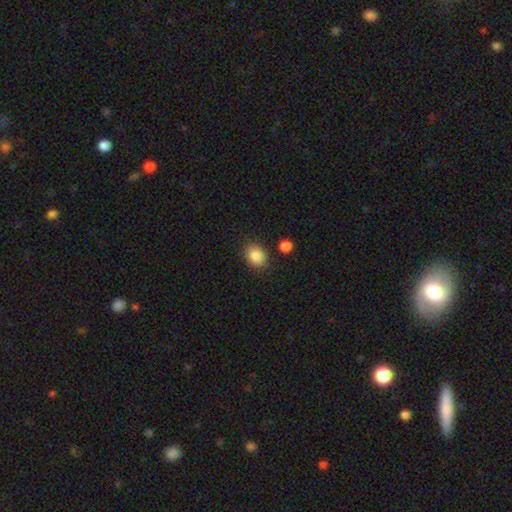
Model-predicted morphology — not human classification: type=smooth (87%); roundness=in between (63%); merging=none (84%).